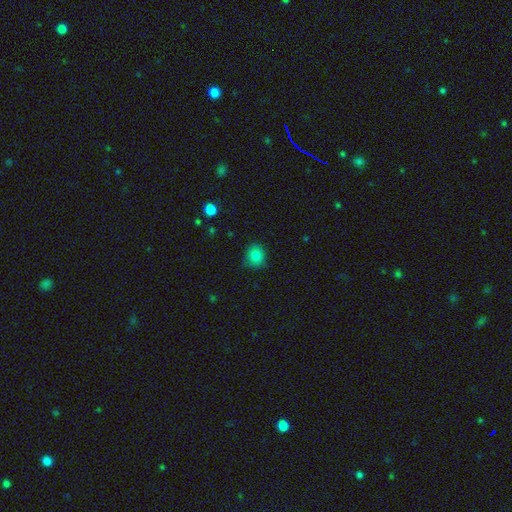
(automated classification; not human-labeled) A smooth galaxy with no disk features (83%) that is round (78%). Merging: none (81%).